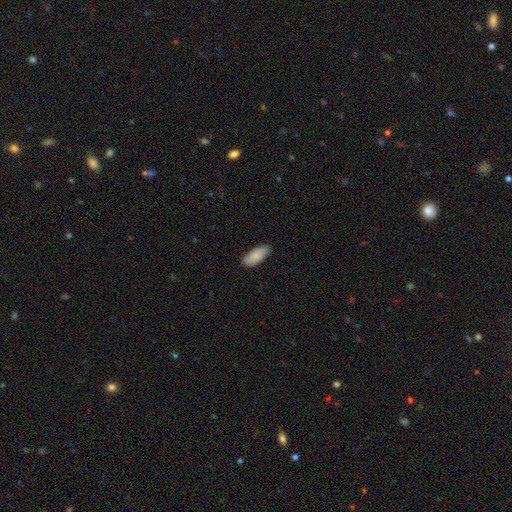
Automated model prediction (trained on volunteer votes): Overall: smooth (87%). How rounded: in between (84%). Merging: none (85%).